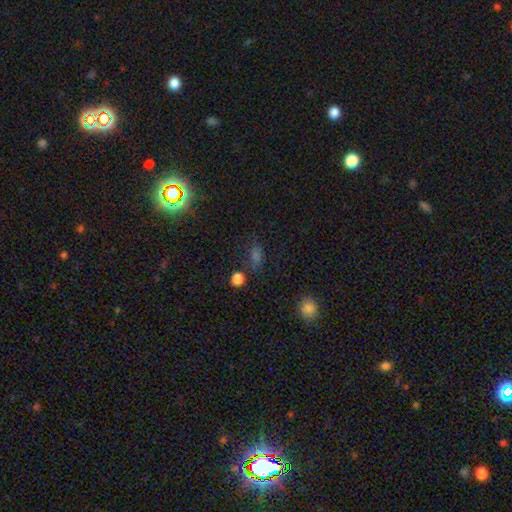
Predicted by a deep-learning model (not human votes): smooth 51%, star or artifact 40%, featured or disk 9%. Down the decision tree: how rounded — in between (68%); merging — none (72%).